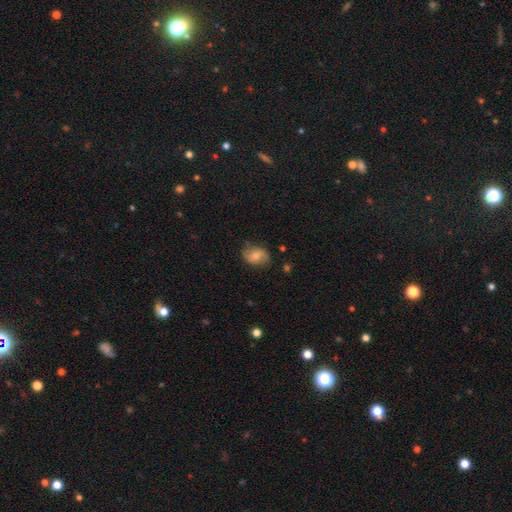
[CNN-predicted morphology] The model was most divided on "smooth or featured": smooth: 64%, featured or disk: 28%, star or artifact: 8%. More confident: how rounded — in between (73%); merging — none (71%).